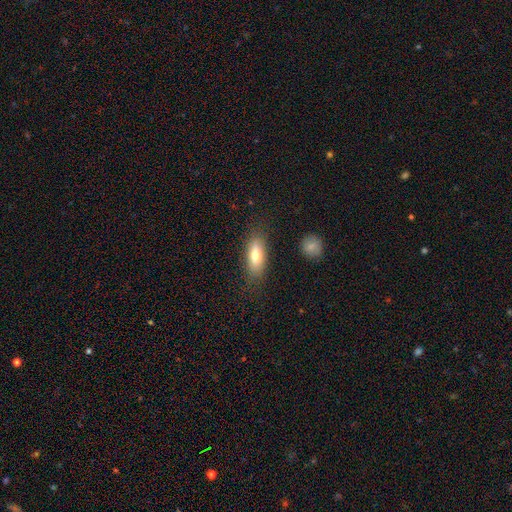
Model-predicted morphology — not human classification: Q: Smooth or featured?
A: smooth (70%); runner-up: featured or disk (23%)
Q: How rounded?
A: in between (69%); runner-up: cigar-shaped (27%)
Q: Merging?
A: none (81%); runner-up: minor disturbance (13%)